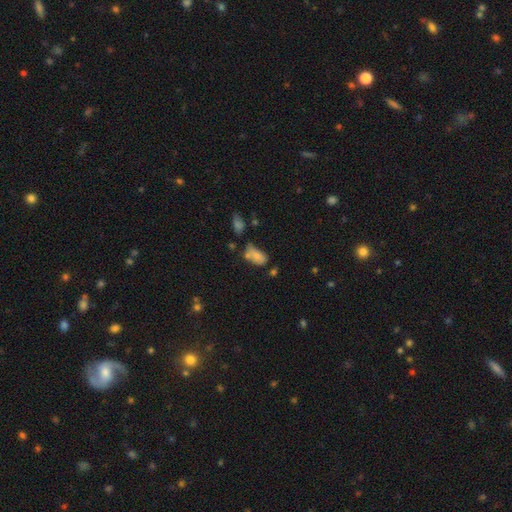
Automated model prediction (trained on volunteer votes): smooth 75%, featured or disk 14%, star or artifact 11%. Down the decision tree: how rounded — in between (90%); merging — none (36%).